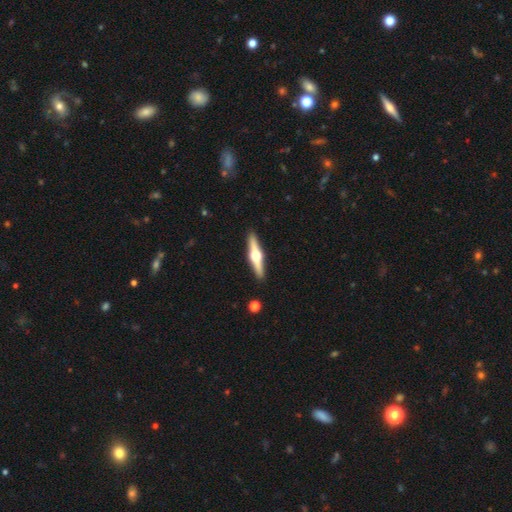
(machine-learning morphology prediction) This is likely a featured or disk galaxy (75%). It is clearly viewed edge-on (98%). Edge-on bulge: clearly rounded (96%). Merging: clearly none (92%).